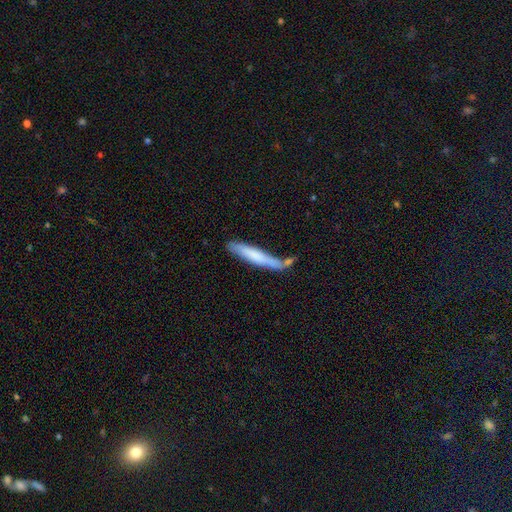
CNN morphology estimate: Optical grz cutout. It shows a smooth galaxy with no disk features (67%) that is cigar-shaped (93%). Merging: none (60%).